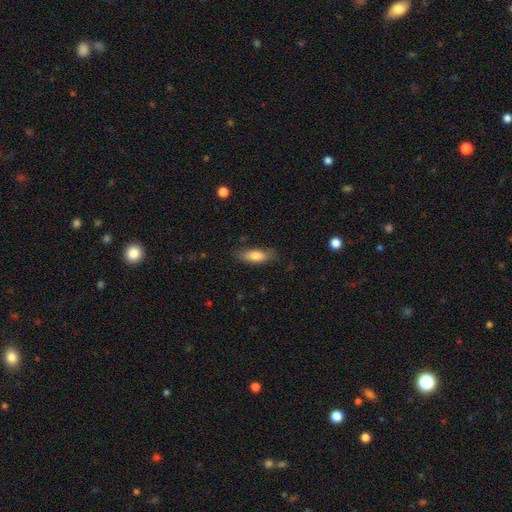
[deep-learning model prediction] This is likely a smooth galaxy (79%). How rounded: likely in between (64%). Merging: likely none (79%).